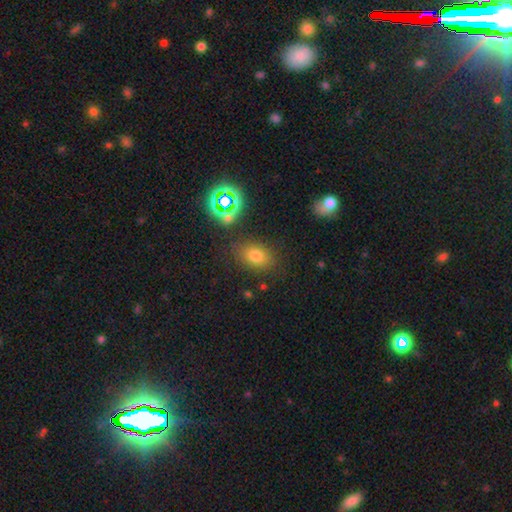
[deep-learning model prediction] This is likely a smooth galaxy (70%). How rounded: likely in between (70%). Merging: likely none (80%).